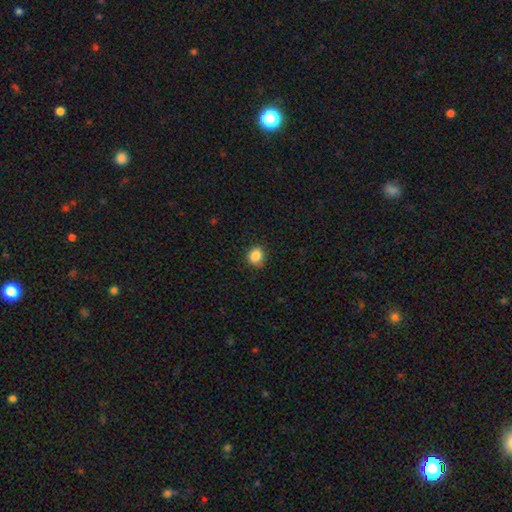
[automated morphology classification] Smooth or featured: smooth — 87% (star or artifact — 10%)
How rounded: round — 71% (in between — 28%)
Merging: none — 85% (minor disturbance — 12%)